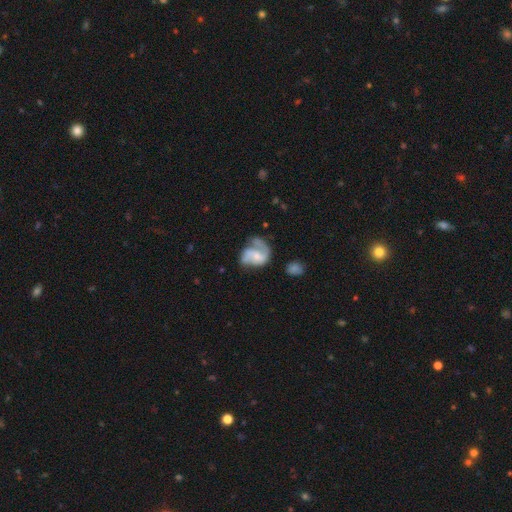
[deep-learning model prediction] Smooth or featured? Predicted: featured or disk (p=0.69). Edge-on disk? Predicted: no (p=0.98). Bar? Predicted: no (p=0.56). Spiral arms? Predicted: yes (p=0.86). Spiral winding? Predicted: medium (p=0.44). Spiral arm count? Predicted: 2 (p=0.61). Bulge size? Predicted: small (p=0.47). Merging? Predicted: none (p=0.38).